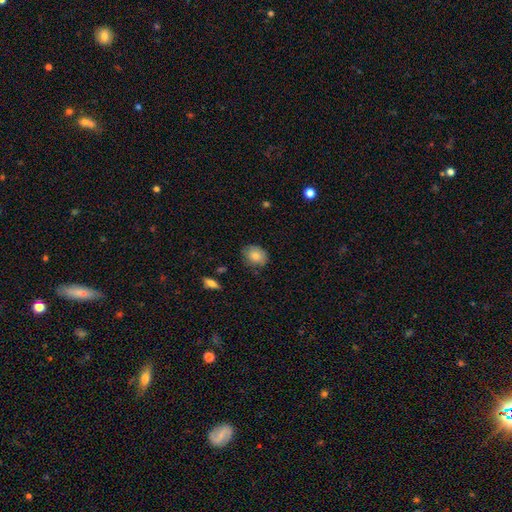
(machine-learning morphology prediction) smooth 81%, featured or disk 11%, star or artifact 8%. Down the decision tree: how rounded — in between (54%); merging — none (76%).